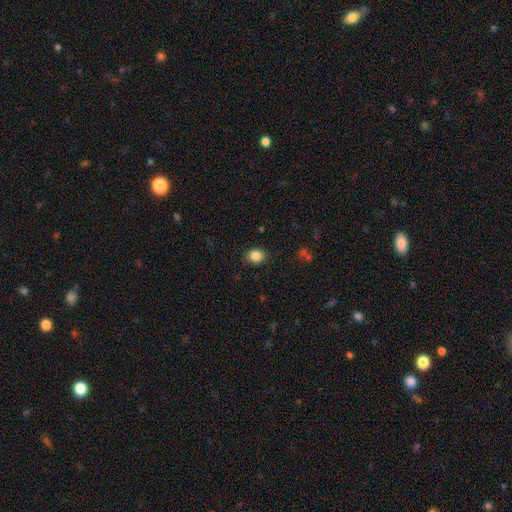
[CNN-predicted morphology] This is clearly a smooth galaxy (86%). How rounded: possibly round (55%). Merging: clearly none (88%).